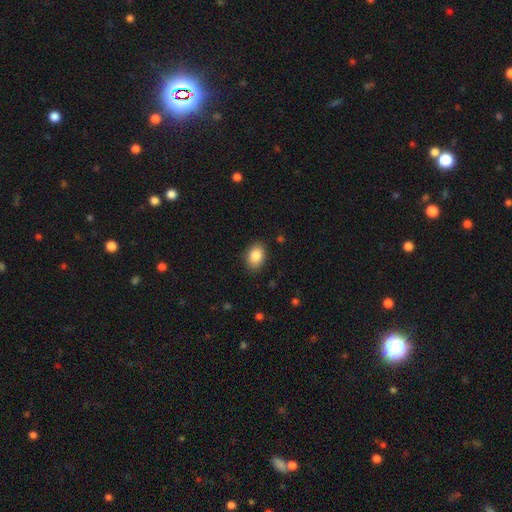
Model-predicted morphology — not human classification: This is clearly a smooth galaxy (87%). How rounded: likely in between (77%). Merging: clearly none (87%).